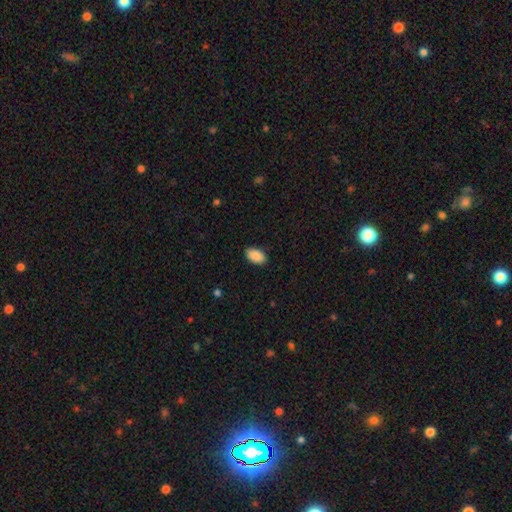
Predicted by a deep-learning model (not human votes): Morphology: type=smooth (90%); roundness=in between (93%); merging=none (88%).